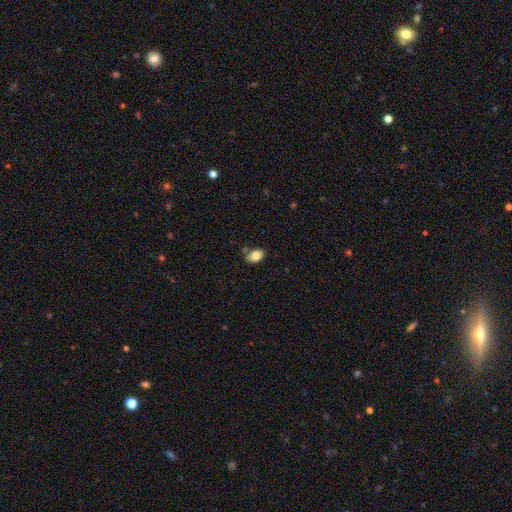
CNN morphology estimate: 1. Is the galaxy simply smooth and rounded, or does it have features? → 84% smooth, 9% featured or disk, 8% star or artifact.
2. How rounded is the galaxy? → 89% in between, 10% round, 1% cigar-shaped.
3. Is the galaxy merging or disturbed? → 73% none, 17% minor disturbance, 6% merger, 3% major disturbance.